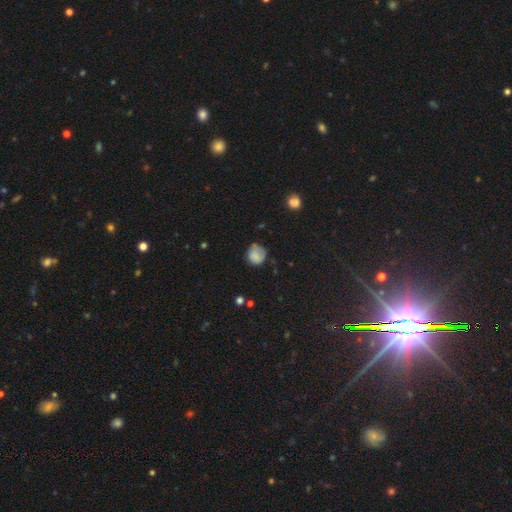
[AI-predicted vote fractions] The model was most divided on "merging": none: 52%, minor disturbance: 33%, major disturbance: 13%, merger: 2%. More confident: smooth or featured — smooth (78%); how rounded — round (78%).